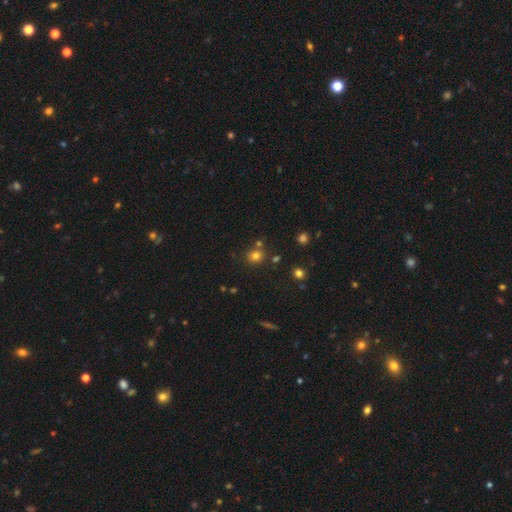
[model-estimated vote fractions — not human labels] The model was most divided on "smooth or featured": smooth: 76%, star or artifact: 17%, featured or disk: 7%. More confident: how rounded — round (82%); merging — none (75%).